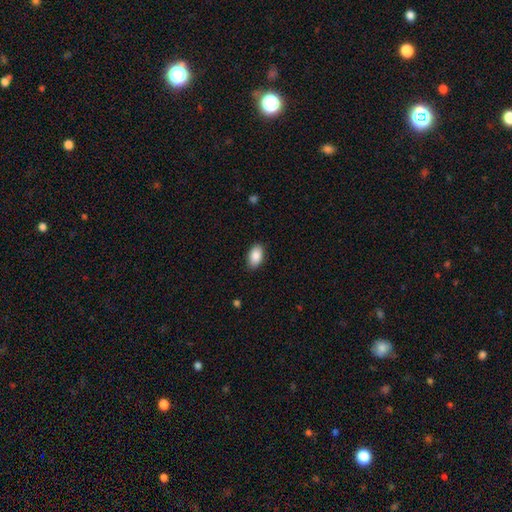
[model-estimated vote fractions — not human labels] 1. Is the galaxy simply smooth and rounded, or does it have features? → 89% smooth, 7% star or artifact, 4% featured or disk.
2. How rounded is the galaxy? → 93% in between, 6% round, 2% cigar-shaped.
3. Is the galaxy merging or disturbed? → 87% none, 10% minor disturbance, 2% major disturbance, 1% merger.